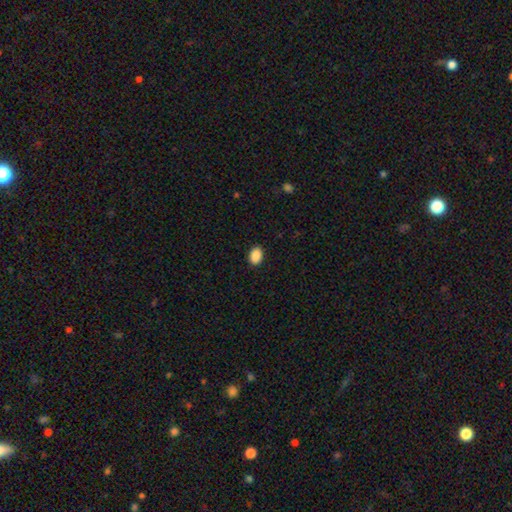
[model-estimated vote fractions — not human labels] The model was most divided on "how rounded": in between: 77%, round: 22%, cigar-shaped: 1%. More confident: smooth or featured — smooth (90%); merging — none (90%).